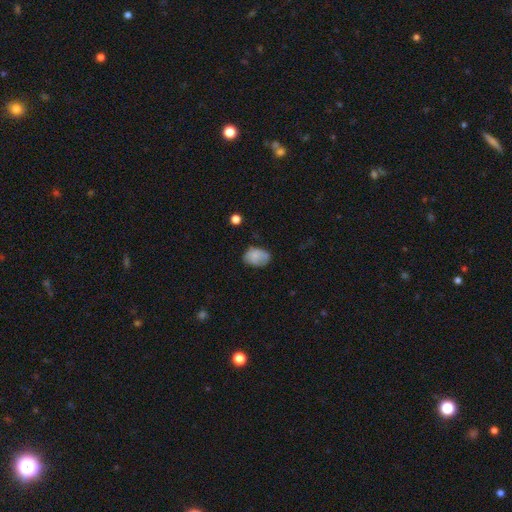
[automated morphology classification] Smooth or featured? smooth (80%)
How rounded? in between (79%)
Merging? none (59%)